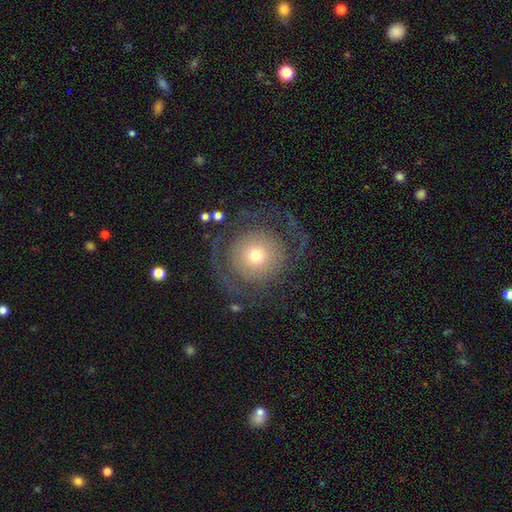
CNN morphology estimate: A featured or disk galaxy (61%) with no bar (85%), spiral arms (73%) and a small central bulge (47%). Merging: none (69%).